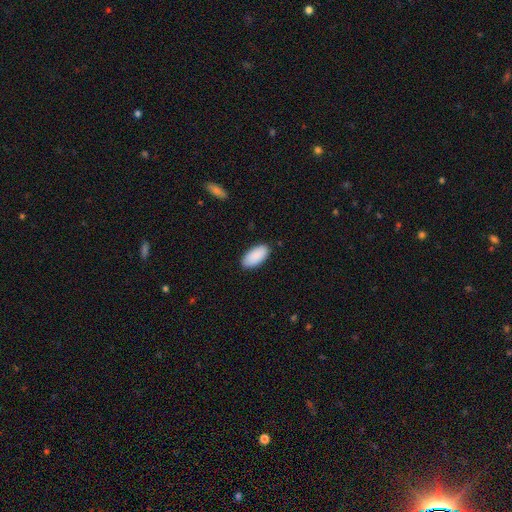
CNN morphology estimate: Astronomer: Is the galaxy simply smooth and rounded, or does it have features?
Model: smooth — 91%.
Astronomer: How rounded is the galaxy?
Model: in between — 94%.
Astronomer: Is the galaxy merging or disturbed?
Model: none — 89%.